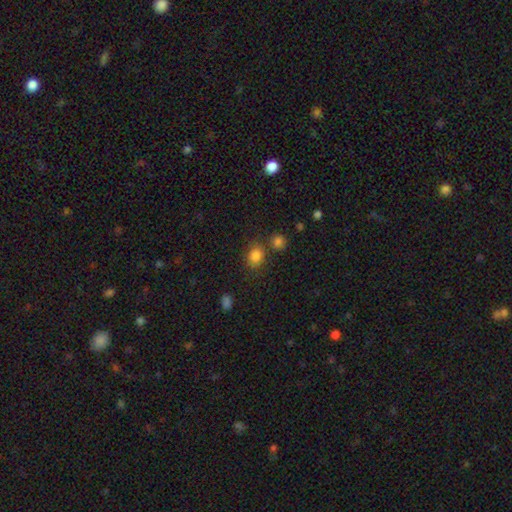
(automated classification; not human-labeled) Smooth or featured?
  - smooth: 83% *
  - star or artifact: 12%
  - featured or disk: 6%
How rounded?
  - round: 52% *
  - in between: 47%
  - cigar-shaped: 1%
Merging?
  - none: 71% *
  - merger: 13%
  - minor disturbance: 12%
  - major disturbance: 4%